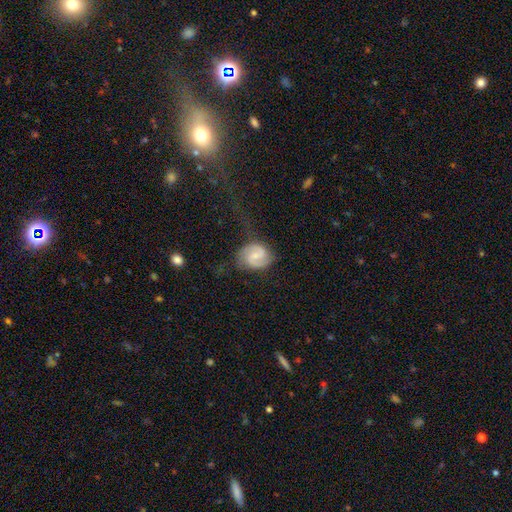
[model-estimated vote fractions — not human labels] Smooth or featured? featured or disk (76%)
Edge-on disk? no (98%)
Bar? weak (55%)
Spiral arms? yes (95%)
Spiral winding? medium (52%)
Spiral arm count? 2 (90%)
Bulge size? small (55%)
Merging? none (66%)